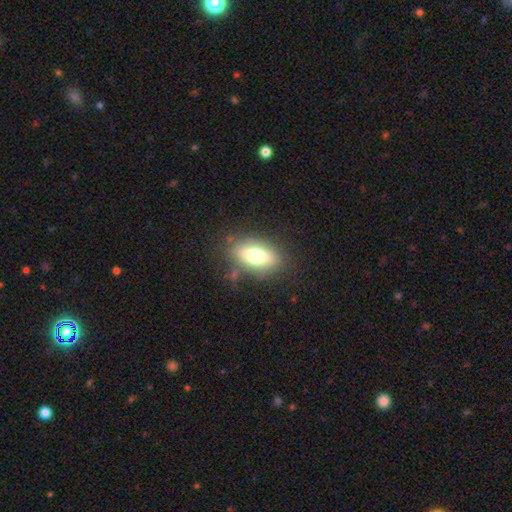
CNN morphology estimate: smooth 66%, featured or disk 24%, star or artifact 10%. Down the decision tree: how rounded — in between (82%); merging — none (78%).